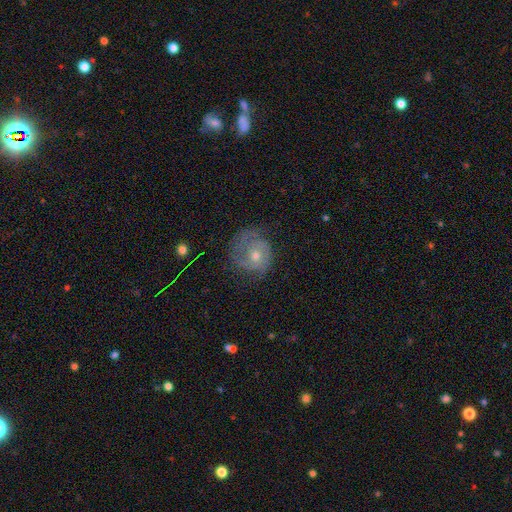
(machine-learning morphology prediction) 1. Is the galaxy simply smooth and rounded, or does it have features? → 71% featured or disk, 20% smooth, 9% star or artifact.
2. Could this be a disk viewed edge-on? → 97% no, 3% yes.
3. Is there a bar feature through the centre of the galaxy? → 77% no, 19% weak, 3% strong.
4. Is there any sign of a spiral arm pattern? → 89% yes, 11% no.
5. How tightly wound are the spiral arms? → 55% tight, 33% medium, 12% loose.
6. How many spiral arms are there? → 44% 2, 26% can't tell, 13% 3, 11% 1, 3% 4, 3% more than 4.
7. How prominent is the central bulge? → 56% moderate, 40% small, 2% large, 1% none, 1% dominant.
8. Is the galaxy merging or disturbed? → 65% none, 22% minor disturbance, 12% major disturbance, 1% merger.